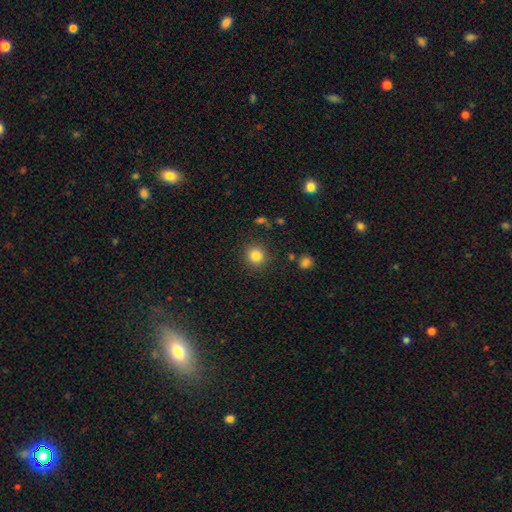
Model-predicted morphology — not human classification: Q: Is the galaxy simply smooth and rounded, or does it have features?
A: smooth — 83%.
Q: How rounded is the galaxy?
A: round — 91%.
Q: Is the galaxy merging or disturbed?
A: none — 88%.